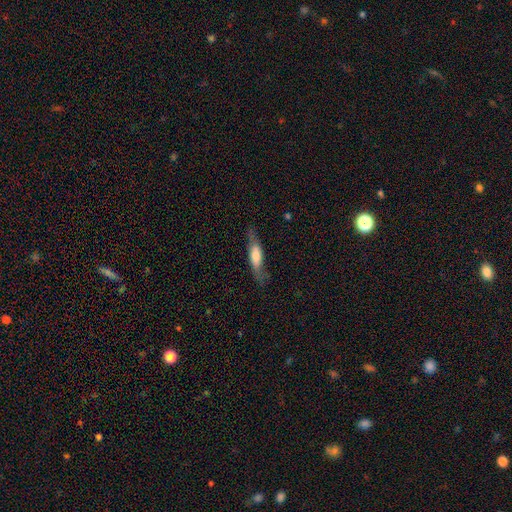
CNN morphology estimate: Smooth or featured?
  - smooth: 55% *
  - featured or disk: 39%
  - star or artifact: 6%
How rounded?
  - cigar-shaped: 62% *
  - in between: 36%
  - round: 2%
Merging?
  - none: 73% *
  - minor disturbance: 19%
  - major disturbance: 7%
  - merger: 2%